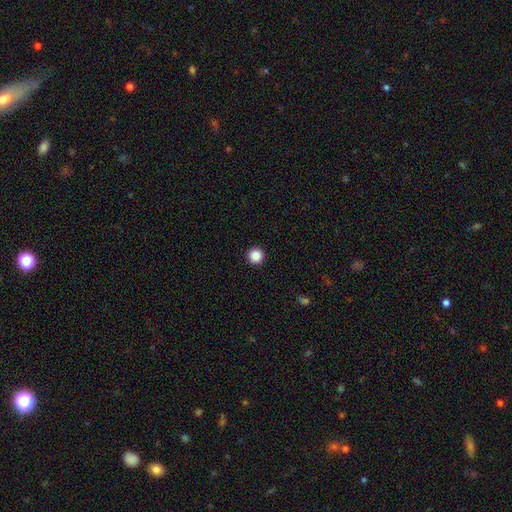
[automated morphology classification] type=smooth (88%); roundness=round (96%); merging=none (94%).